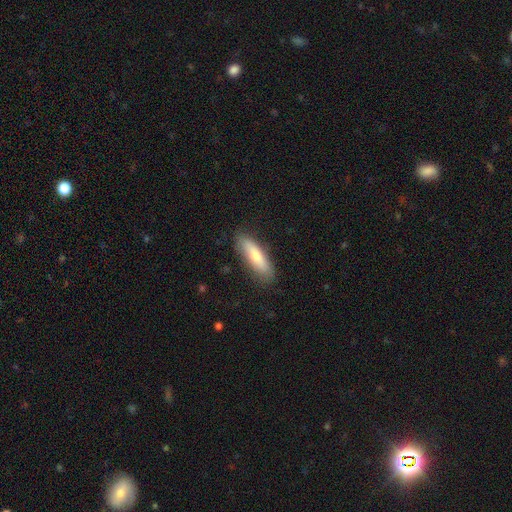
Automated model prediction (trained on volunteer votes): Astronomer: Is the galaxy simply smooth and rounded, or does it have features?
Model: smooth — 70%.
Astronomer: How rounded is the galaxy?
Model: cigar-shaped — 60% (runner-up: in between, 38%).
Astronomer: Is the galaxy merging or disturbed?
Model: none — 84%.